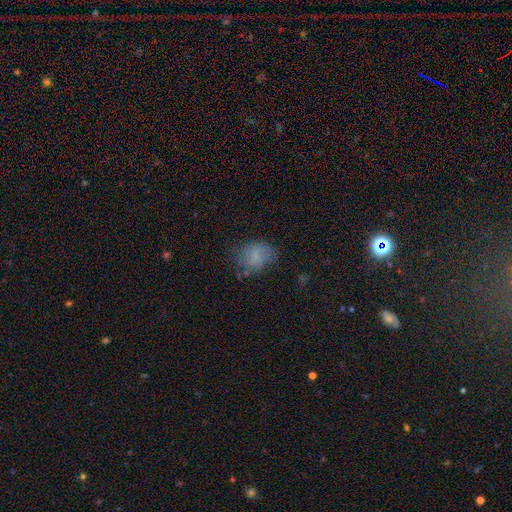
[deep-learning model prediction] Smooth or featured: smooth — 73% (featured or disk — 16%)
How rounded: in between — 56% (round — 43%)
Merging: none — 60% (minor disturbance — 26%)